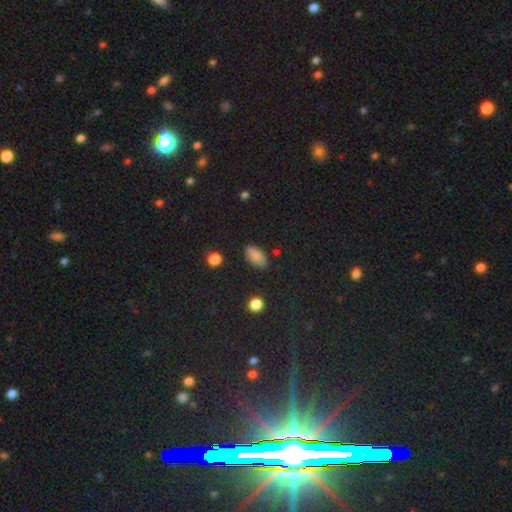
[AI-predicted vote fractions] A smooth galaxy with no disk features (84%) that is in between round and cigar-shaped (92%).

Vote fractions:
- Smooth or featured? smooth: 84% / star or artifact: 10% / featured or disk: 6%
- How rounded? in between: 92% / round: 4% / cigar-shaped: 3%
- Merging? none: 81% / minor disturbance: 14% / major disturbance: 3% / merger: 2%